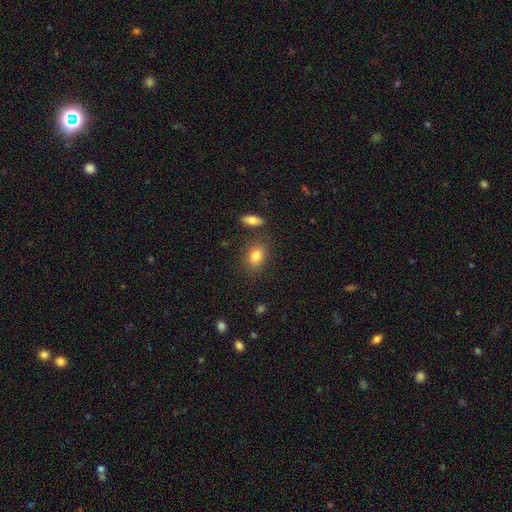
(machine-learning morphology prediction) Overall: smooth (82%). How rounded: in between (70%). Merging: none (80%).